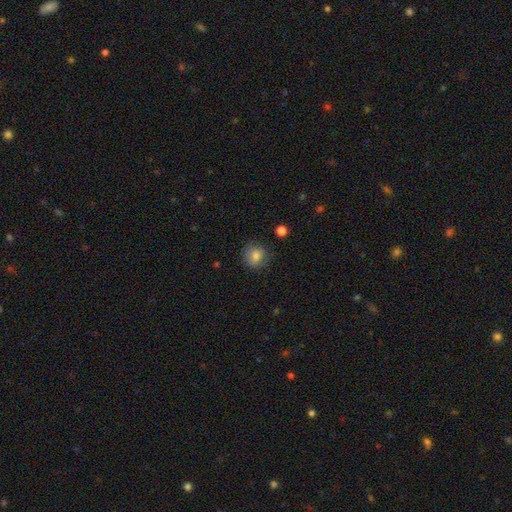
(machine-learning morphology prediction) The model was most divided on "how rounded": round: 82%, in between: 17%, cigar-shaped: 1%. More confident: smooth or featured — smooth (82%); merging — none (81%).